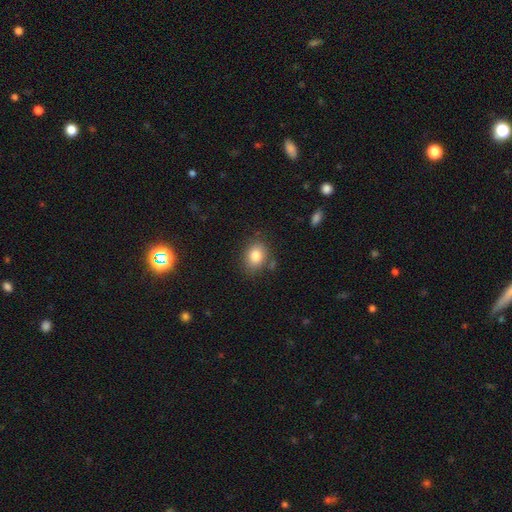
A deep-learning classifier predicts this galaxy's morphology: Smooth or featured: smooth — 83% (star or artifact — 9%)
How rounded: in between — 58% (round — 41%)
Merging: none — 78% (minor disturbance — 14%)